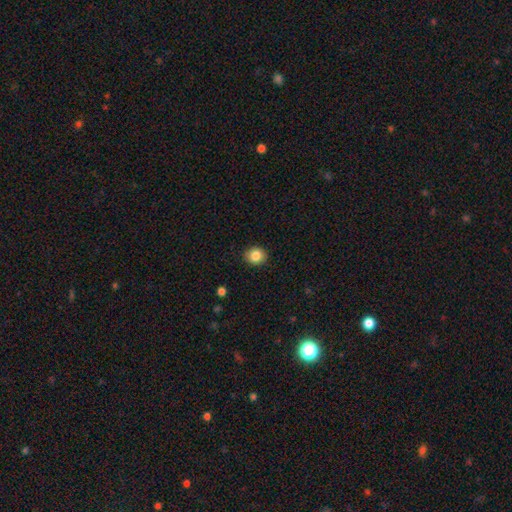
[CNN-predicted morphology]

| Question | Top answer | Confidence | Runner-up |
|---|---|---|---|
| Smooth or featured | smooth | 85% | star or artifact (9%) |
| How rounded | round | 79% | in between (21%) |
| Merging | none | 89% | minor disturbance (8%) |